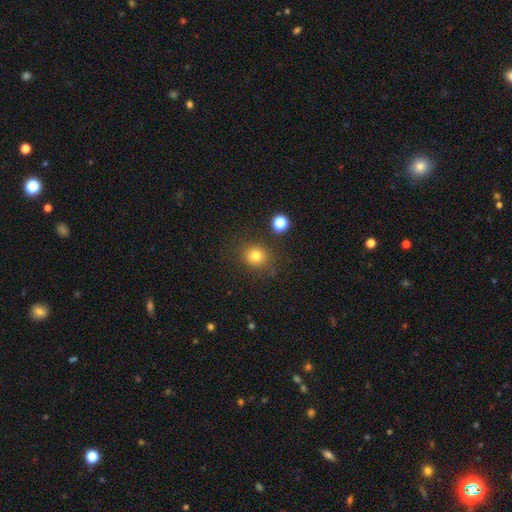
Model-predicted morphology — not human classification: type=smooth (78%); roundness=round (83%); merging=none (83%).